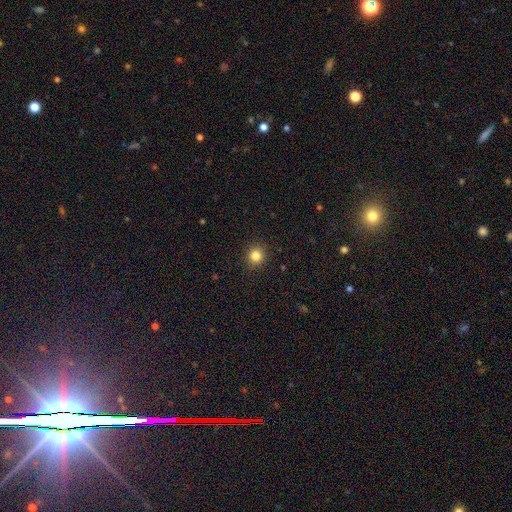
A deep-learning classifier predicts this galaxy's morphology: Smooth or featured? Predicted: smooth (p=0.83). How rounded? Predicted: round (p=0.92). Merging? Predicted: none (p=0.92).